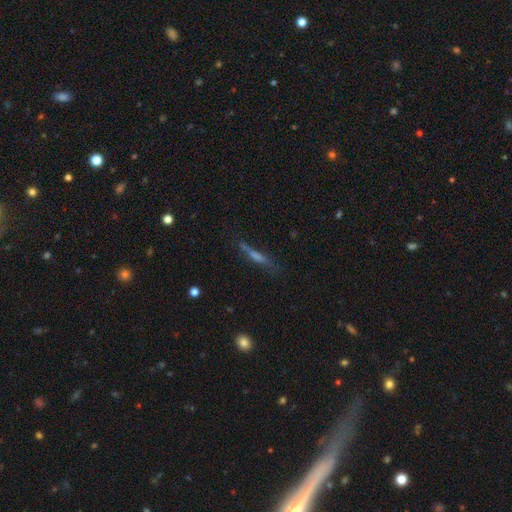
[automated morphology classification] Smooth or featured? Predicted: featured or disk (p=0.47). Merging? Predicted: none (p=0.69).